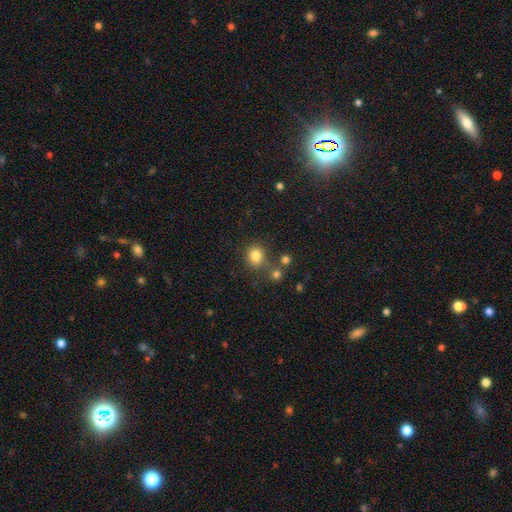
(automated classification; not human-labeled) Overall: smooth (81%). How rounded: round (79%). Merging: none (71%).